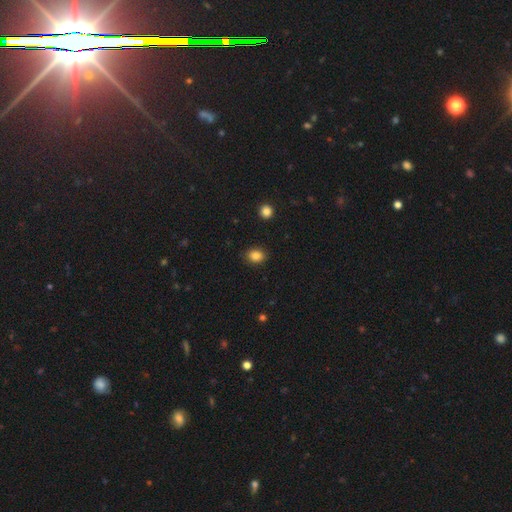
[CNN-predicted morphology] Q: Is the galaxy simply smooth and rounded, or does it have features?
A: smooth — 85%.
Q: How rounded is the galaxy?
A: in between — 50%.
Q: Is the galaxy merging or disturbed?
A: none — 86%.